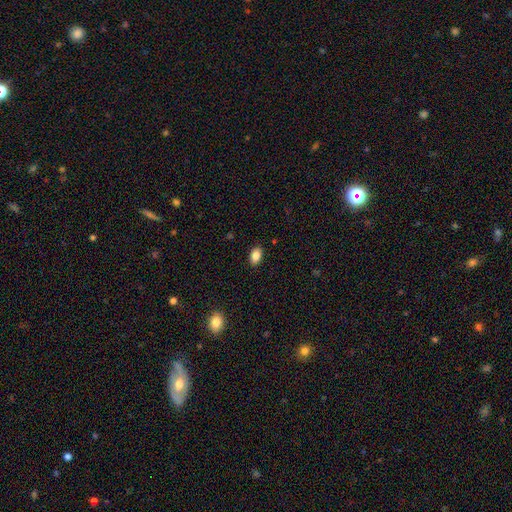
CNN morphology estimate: Smooth or featured: smooth — 86% (star or artifact — 8%)
How rounded: in between — 88% (round — 10%)
Merging: none — 89% (minor disturbance — 8%)